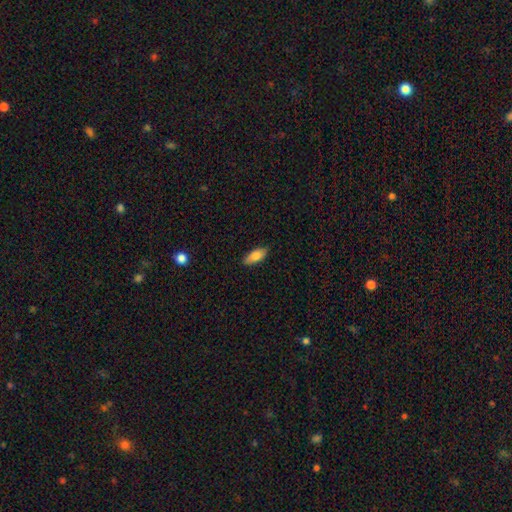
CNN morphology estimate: This appears to be a smooth galaxy with no disk features (81%) that is in between round and cigar-shaped (80%). Merging: none (87%).